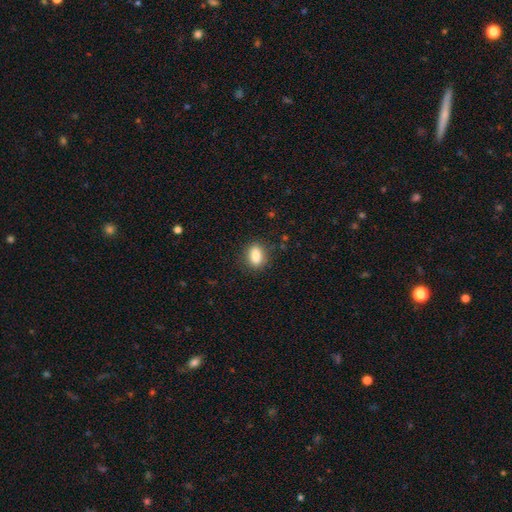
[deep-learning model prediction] This is clearly a smooth galaxy (86%). How rounded: likely in between (79%). Merging: clearly none (85%).